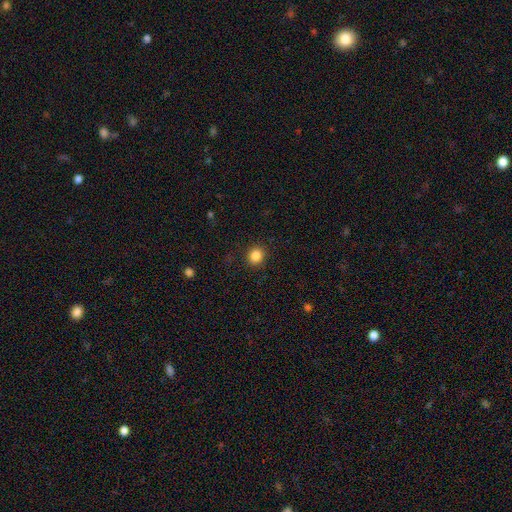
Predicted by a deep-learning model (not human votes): The model was most divided on "how rounded": round: 82%, in between: 17%, cigar-shaped: 1%. More confident: merging — none (91%); smooth or featured — smooth (85%).